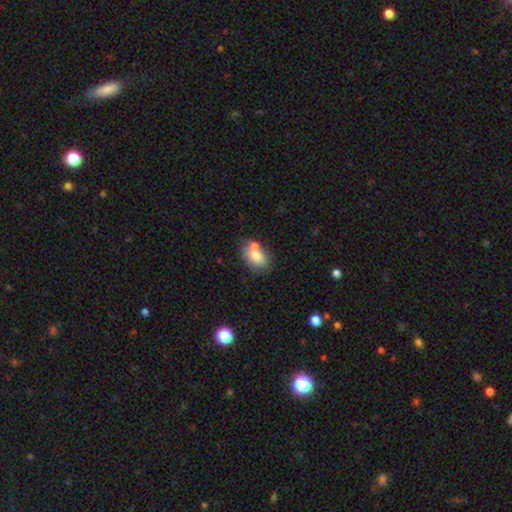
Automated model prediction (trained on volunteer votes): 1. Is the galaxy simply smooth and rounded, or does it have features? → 76% smooth, 16% featured or disk, 8% star or artifact.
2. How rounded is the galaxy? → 87% in between, 12% round, 2% cigar-shaped.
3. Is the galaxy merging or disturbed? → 53% none, 24% merger, 18% minor disturbance, 5% major disturbance.